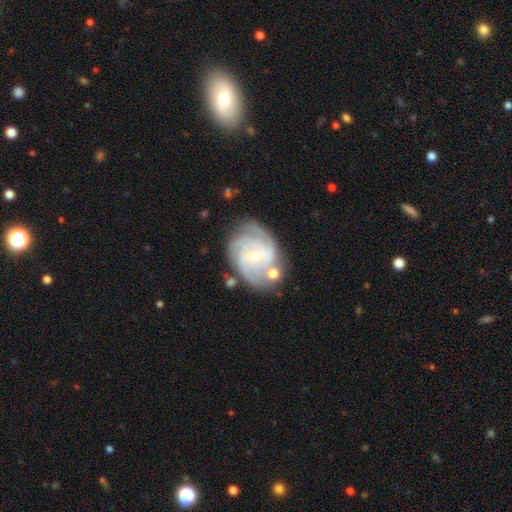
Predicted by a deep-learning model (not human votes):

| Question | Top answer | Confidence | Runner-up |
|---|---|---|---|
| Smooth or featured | featured or disk | 86% | smooth (9%) |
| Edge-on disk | no | 97% | yes (3%) |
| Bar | no | 57% | weak (35%) |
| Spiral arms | yes | 96% | no (4%) |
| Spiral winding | tight | 65% | medium (29%) |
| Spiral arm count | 3 | 33% | 4 (22%) |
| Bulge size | small | 52% | moderate (45%) |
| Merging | none | 67% | minor disturbance (18%) |